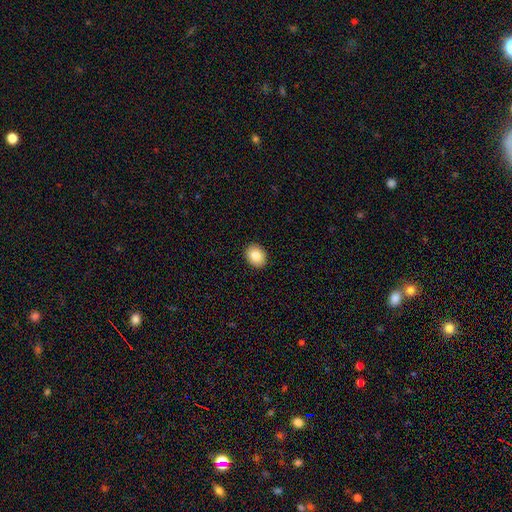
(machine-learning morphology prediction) smooth-or-featured: smooth: 83% | featured or disk: 9% | star or artifact: 8%
  how-rounded: in between: 53% | round: 46% | cigar-shaped: 1%
  merging: none: 91% | minor disturbance: 6% | major disturbance: 2% | merger: 1%